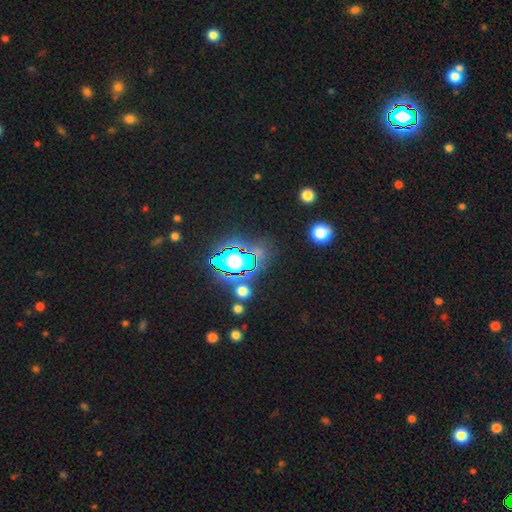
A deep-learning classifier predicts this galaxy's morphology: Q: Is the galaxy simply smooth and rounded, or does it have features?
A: star or artifact — 59%.